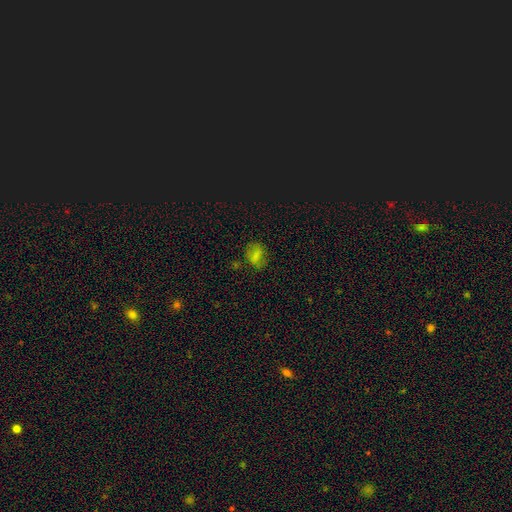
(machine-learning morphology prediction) Smooth or featured?
  - smooth: 63% *
  - star or artifact: 22%
  - featured or disk: 16%
How rounded?
  - in between: 65% *
  - round: 33%
  - cigar-shaped: 3%
Merging?
  - none: 67% *
  - minor disturbance: 20%
  - major disturbance: 9%
  - merger: 3%